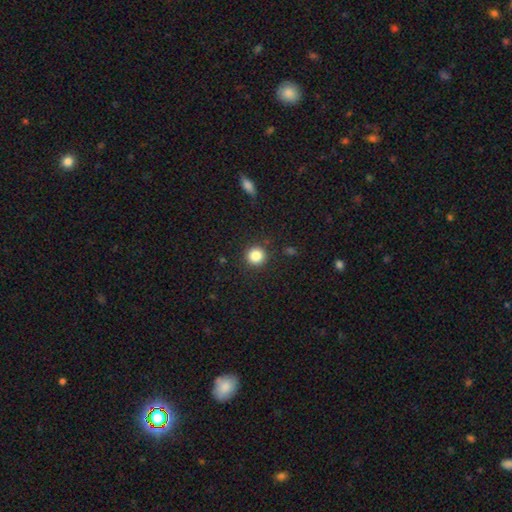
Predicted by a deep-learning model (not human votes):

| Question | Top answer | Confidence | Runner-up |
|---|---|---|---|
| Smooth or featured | smooth | 85% | star or artifact (11%) |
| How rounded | round | 93% | in between (6%) |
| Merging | none | 90% | minor disturbance (6%) |